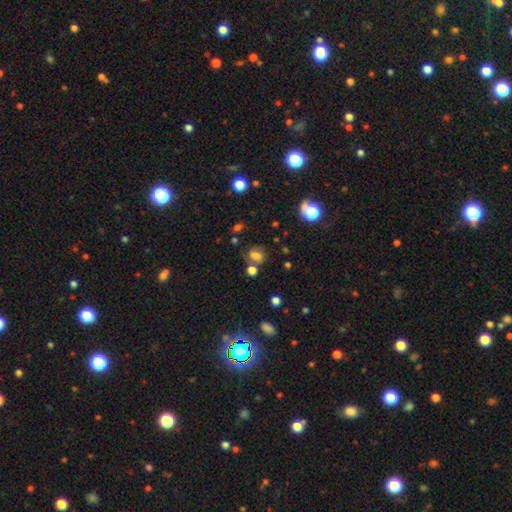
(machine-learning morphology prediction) Smooth or featured? Predicted: smooth (p=0.61). How rounded? Predicted: in between (p=0.55). Merging? Predicted: none (p=0.56).